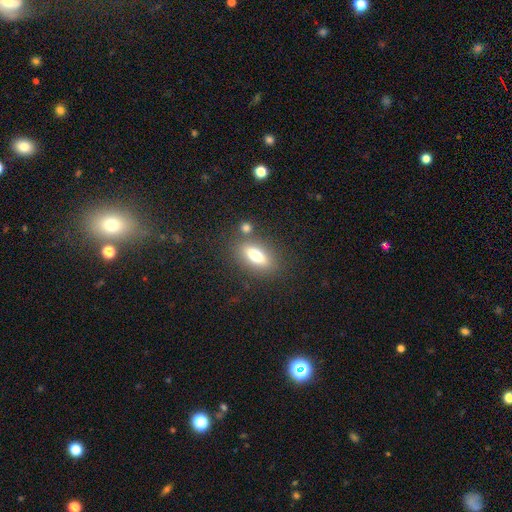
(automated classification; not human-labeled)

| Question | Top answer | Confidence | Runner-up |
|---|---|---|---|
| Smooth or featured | smooth | 66% | featured or disk (24%) |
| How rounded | in between | 74% | cigar-shaped (20%) |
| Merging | none | 76% | minor disturbance (11%) |